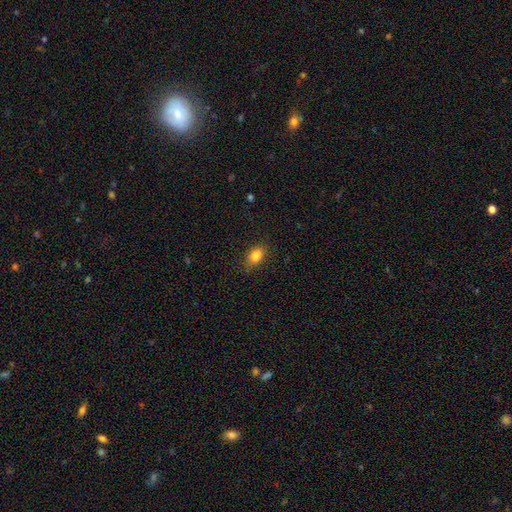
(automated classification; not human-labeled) Morphology: type=smooth (83%); roundness=in between (81%); merging=none (84%).